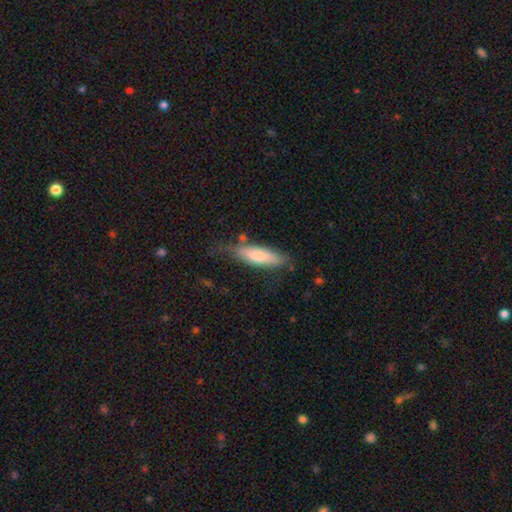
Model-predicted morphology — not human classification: Q: Smooth or featured?
A: smooth (73%); runner-up: featured or disk (21%)
Q: How rounded?
A: cigar-shaped (59%); runner-up: in between (39%)
Q: Merging?
A: none (62%); runner-up: minor disturbance (26%)